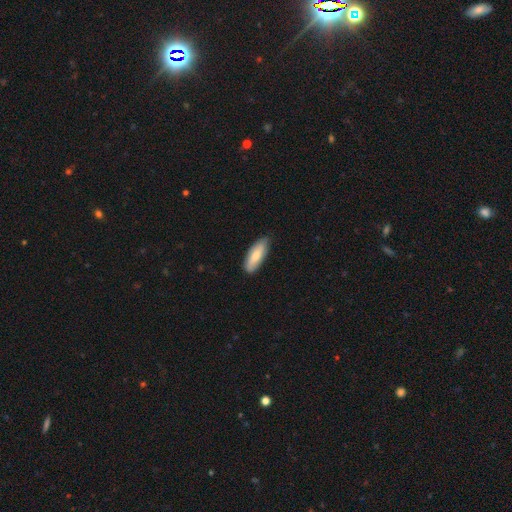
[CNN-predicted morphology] type=smooth (77%); roundness=in between (70%); merging=none (80%).